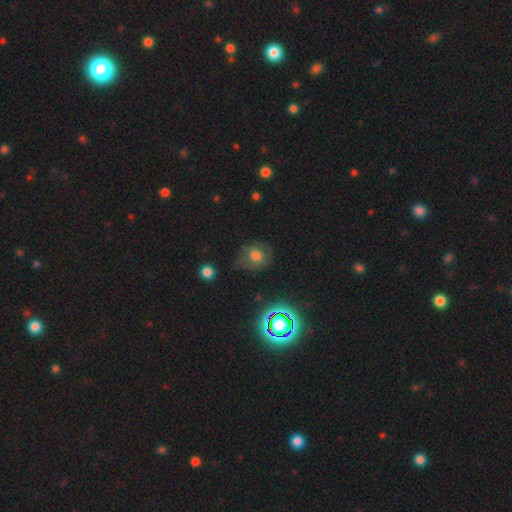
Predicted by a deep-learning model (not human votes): smooth-or-featured: smooth: 57% | featured or disk: 23% | star or artifact: 20%
  how-rounded: round: 74% | in between: 25% | cigar-shaped: 1%
  merging: none: 58% | minor disturbance: 25% | major disturbance: 15% | merger: 3%